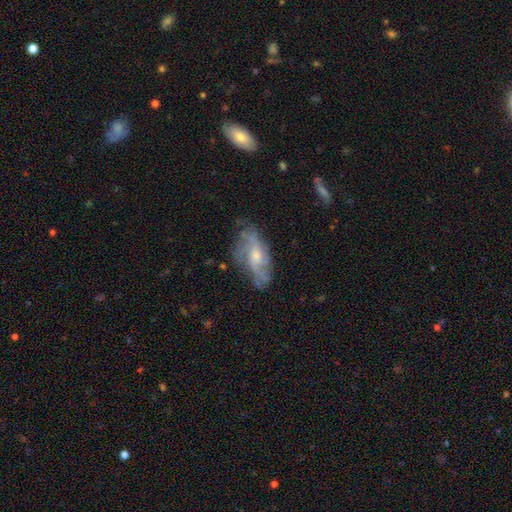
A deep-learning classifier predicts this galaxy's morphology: This appears to be a featured or disk galaxy (74%) with no bar (56%), 2 (34%) medium (42%) spiral arms (86%) and a moderate central bulge (53%). Merging: none (64%).